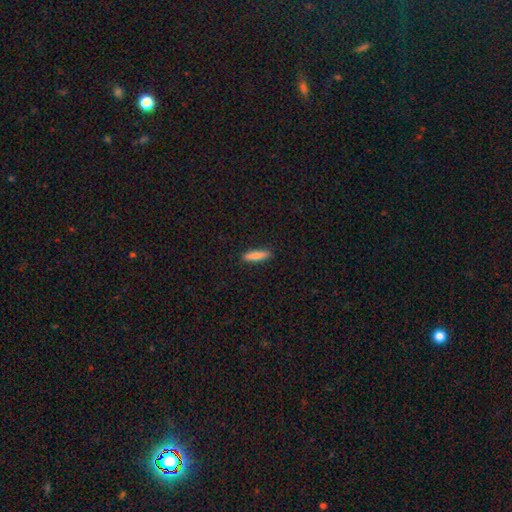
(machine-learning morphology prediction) This appears to be a smooth galaxy with no disk features (83%) that is cigar-shaped (80%). Merging: none (90%).